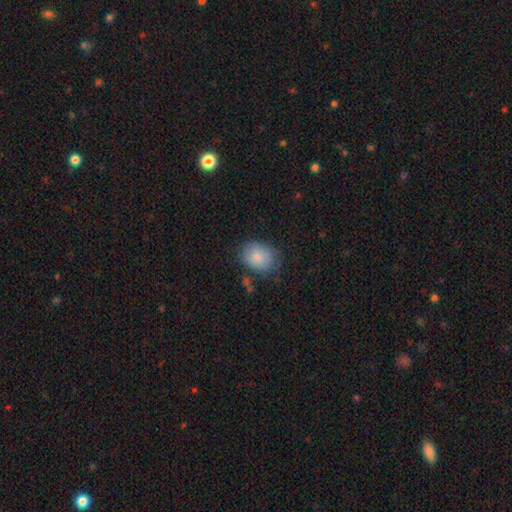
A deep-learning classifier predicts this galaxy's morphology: Smooth or featured: smooth — 84% (featured or disk — 9%)
How rounded: in between — 60% (round — 39%)
Merging: none — 65% (minor disturbance — 24%)